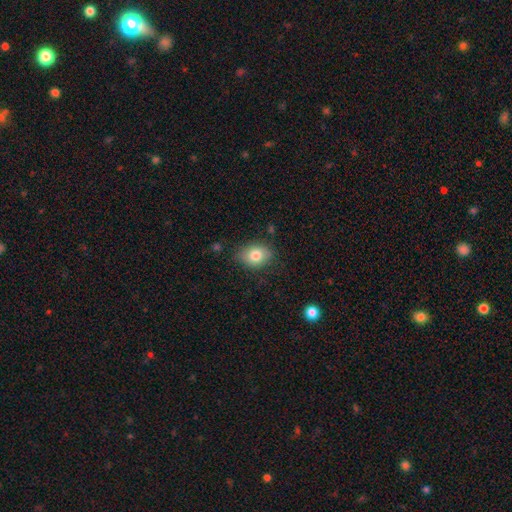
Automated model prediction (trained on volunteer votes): Smooth or featured? Predicted: smooth (p=0.80). How rounded? Predicted: in between (p=0.64). Merging? Predicted: none (p=0.80).